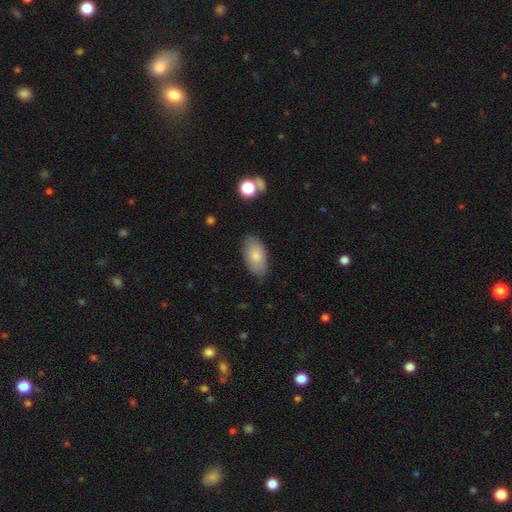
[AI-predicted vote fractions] Smooth or featured?
  - smooth: 81% *
  - featured or disk: 12%
  - star or artifact: 6%
How rounded?
  - in between: 94% *
  - cigar-shaped: 3%
  - round: 3%
Merging?
  - none: 80% *
  - minor disturbance: 15%
  - major disturbance: 3%
  - merger: 1%